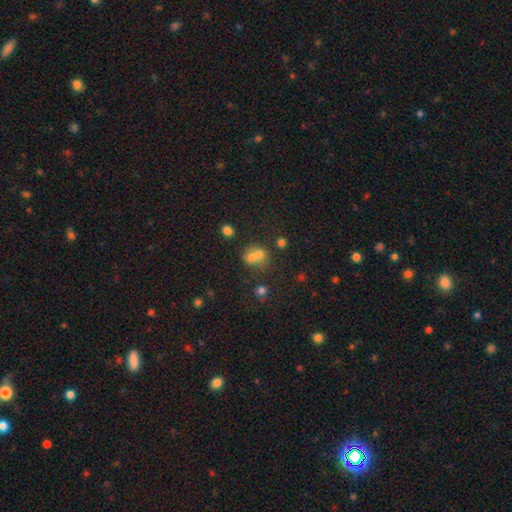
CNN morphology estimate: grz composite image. It shows a smooth galaxy with no disk features (65%) that is round (68%). Merging: merger (62%).